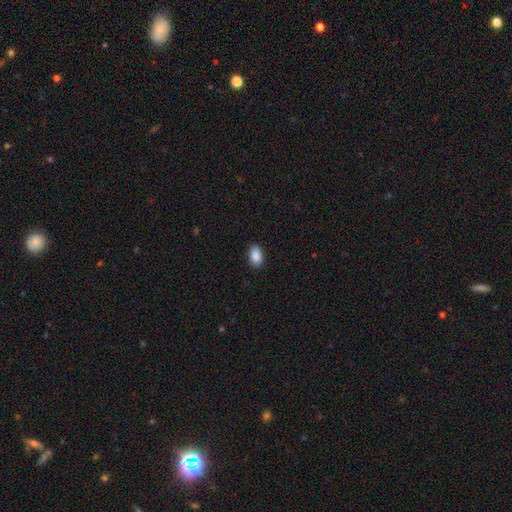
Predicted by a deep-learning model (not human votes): Smooth or featured? smooth (89%)
How rounded? in between (91%)
Merging? none (90%)